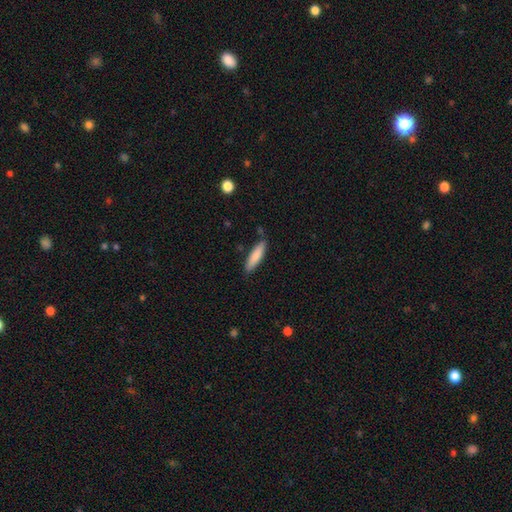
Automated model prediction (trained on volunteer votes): A smooth galaxy with no disk features (83%) that is cigar-shaped (73%). Merging: none (83%).